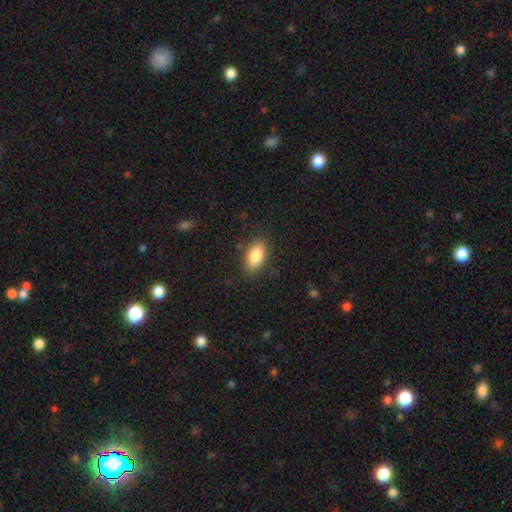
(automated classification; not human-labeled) A smooth galaxy with no disk features (84%) that is in between round and cigar-shaped (90%). Merging: none (84%).